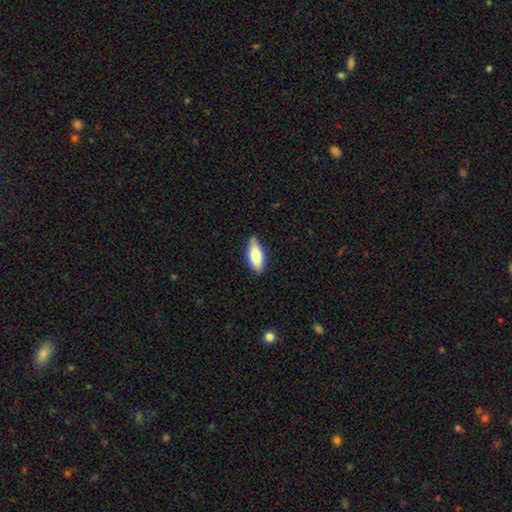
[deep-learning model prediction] smooth_or_featured: smooth (p=0.76) [alt: featured or disk p=0.18]
how_rounded: in between (p=0.80) [alt: cigar-shaped p=0.18]
merging: none (p=0.81) [alt: minor disturbance p=0.15]